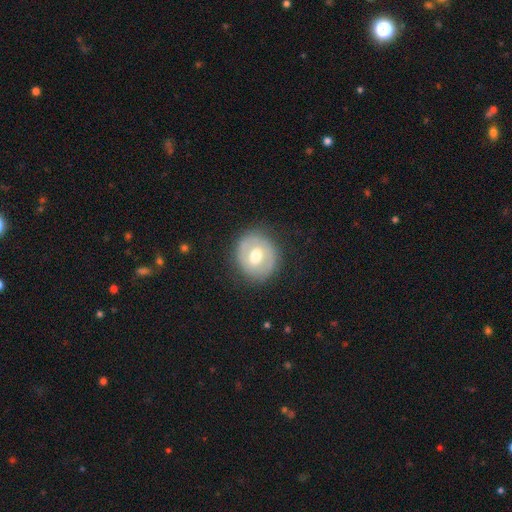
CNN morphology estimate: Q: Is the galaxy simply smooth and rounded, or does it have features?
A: smooth — 48%.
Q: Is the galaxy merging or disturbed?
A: none — 83%.